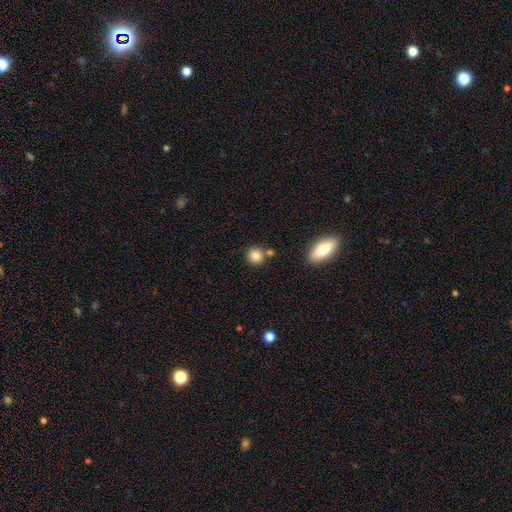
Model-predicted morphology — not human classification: Q: Smooth or featured?
A: smooth (83%); runner-up: star or artifact (10%)
Q: How rounded?
A: round (89%); runner-up: in between (10%)
Q: Merging?
A: none (75%); runner-up: merger (13%)